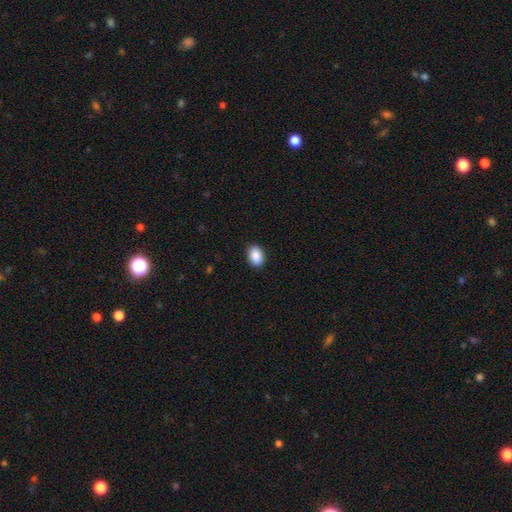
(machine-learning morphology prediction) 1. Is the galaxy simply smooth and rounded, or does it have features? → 90% smooth, 7% star or artifact, 3% featured or disk.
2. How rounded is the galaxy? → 81% in between, 18% round, 1% cigar-shaped.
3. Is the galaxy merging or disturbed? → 90% none, 7% minor disturbance, 2% major disturbance, 1% merger.